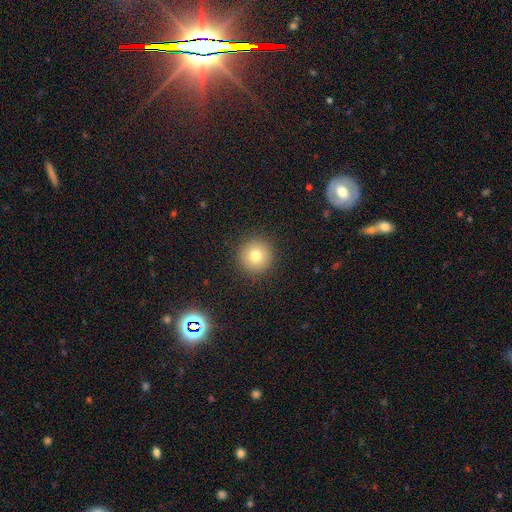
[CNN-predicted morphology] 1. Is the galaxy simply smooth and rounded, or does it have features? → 78% smooth, 11% star or artifact, 11% featured or disk.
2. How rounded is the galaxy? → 96% round, 3% in between, 1% cigar-shaped.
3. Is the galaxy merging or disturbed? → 91% none, 5% minor disturbance, 2% major disturbance, 1% merger.